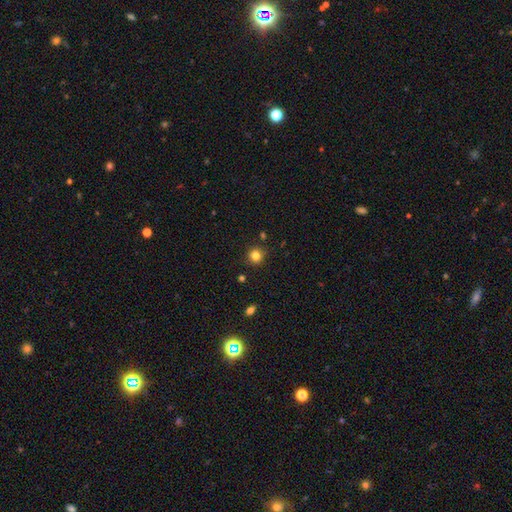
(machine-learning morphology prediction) type=smooth (81%); roundness=round (92%); merging=none (88%).